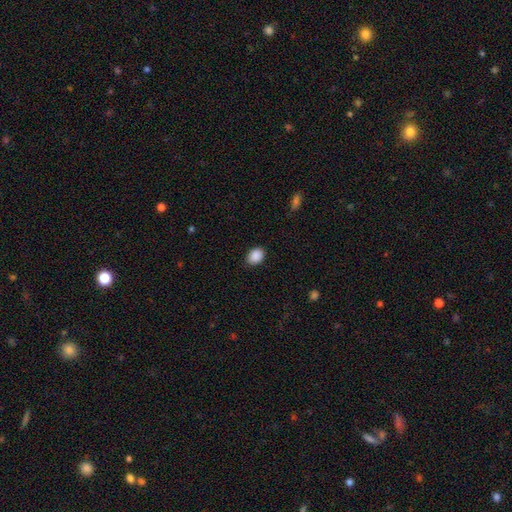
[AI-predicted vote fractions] smooth-or-featured: smooth: 90% | star or artifact: 8% | featured or disk: 3%
  how-rounded: in between: 65% | round: 34% | cigar-shaped: 1%
  merging: none: 87% | minor disturbance: 10% | major disturbance: 2% | merger: 1%